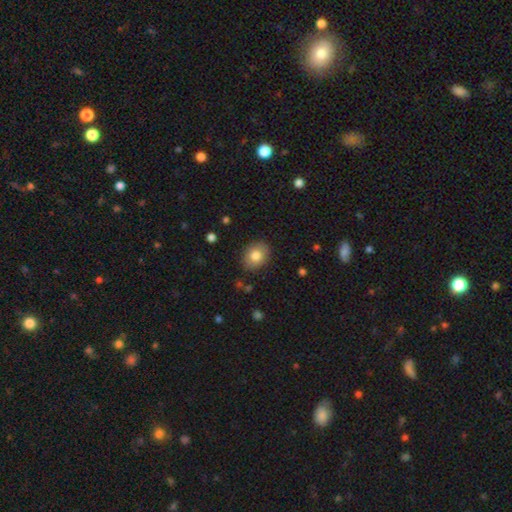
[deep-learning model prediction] Smooth or featured? smooth (81%)
How rounded? in between (58%)
Merging? none (87%)